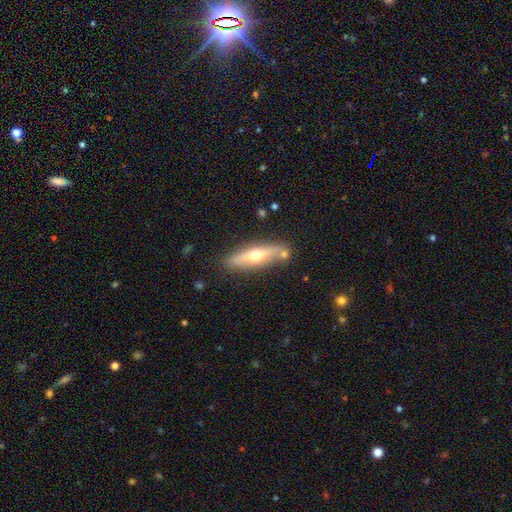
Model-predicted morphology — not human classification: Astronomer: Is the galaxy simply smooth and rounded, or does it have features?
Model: featured or disk — 51% (runner-up: smooth, 43%).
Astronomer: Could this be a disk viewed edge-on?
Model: yes — 85%.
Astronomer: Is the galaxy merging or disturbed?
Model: none — 77%.